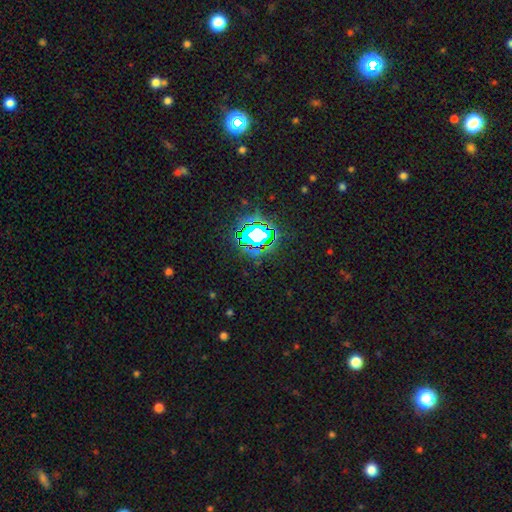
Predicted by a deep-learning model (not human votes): smooth-or-featured: star or artifact: 78% | smooth: 14% | featured or disk: 8%